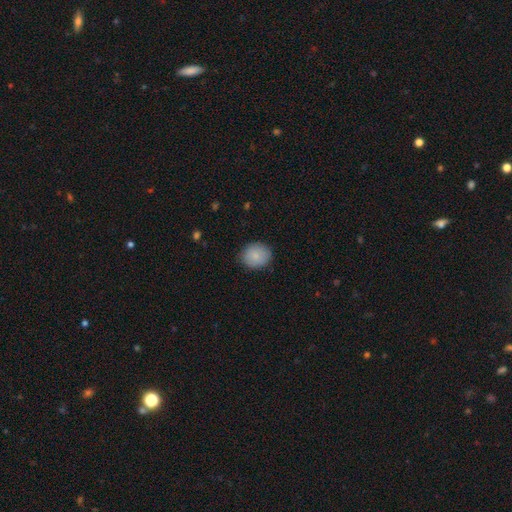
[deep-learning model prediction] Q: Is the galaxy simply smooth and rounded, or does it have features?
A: smooth — 86%.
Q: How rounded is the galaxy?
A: round — 67%.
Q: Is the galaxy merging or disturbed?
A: none — 86%.